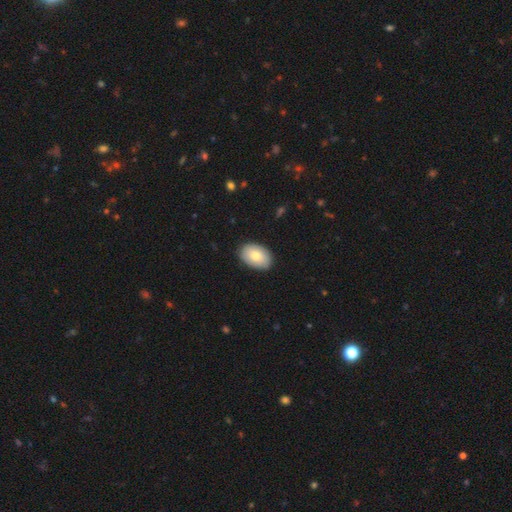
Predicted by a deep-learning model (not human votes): Smooth or featured: smooth — 79% (featured or disk — 15%)
How rounded: in between — 89% (round — 10%)
Merging: none — 88% (minor disturbance — 9%)